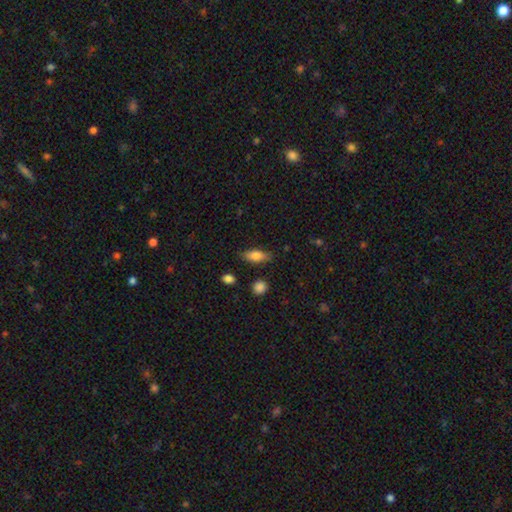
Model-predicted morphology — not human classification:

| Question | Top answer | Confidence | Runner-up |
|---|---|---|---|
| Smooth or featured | smooth | 75% | featured or disk (17%) |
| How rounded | in between | 74% | cigar-shaped (22%) |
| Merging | none | 80% | minor disturbance (14%) |